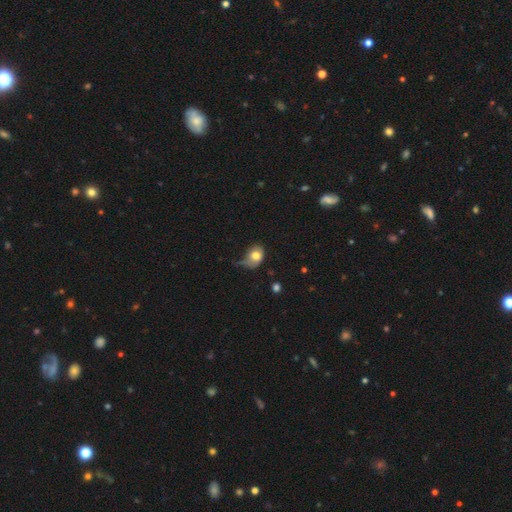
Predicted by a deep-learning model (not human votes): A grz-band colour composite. It shows a smooth galaxy with no disk features (75%) that is in between round and cigar-shaped (58%). Merging: minor disturbance (35%).